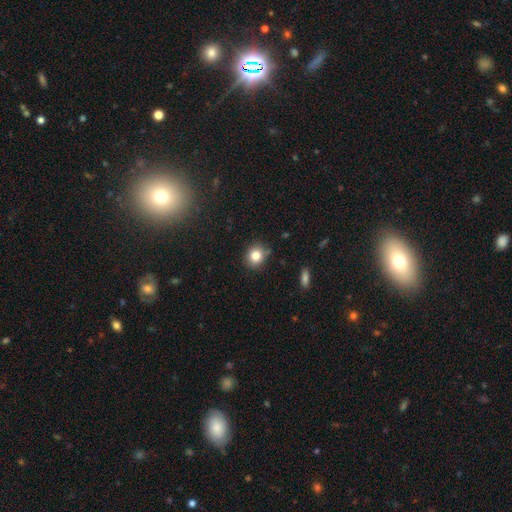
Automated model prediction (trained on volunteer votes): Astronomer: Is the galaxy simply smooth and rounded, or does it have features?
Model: smooth — 82%.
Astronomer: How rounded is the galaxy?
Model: round — 75%.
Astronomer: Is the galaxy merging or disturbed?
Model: none — 83%.